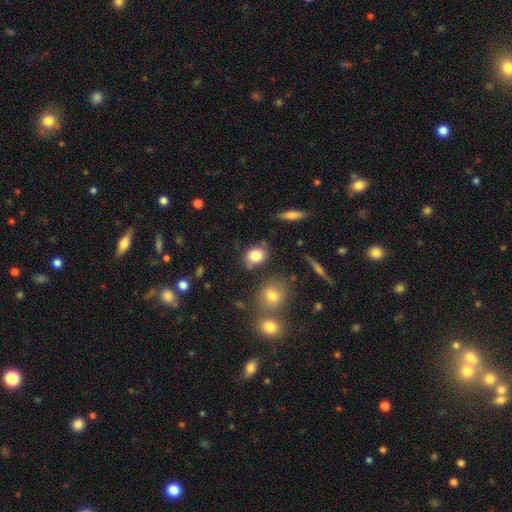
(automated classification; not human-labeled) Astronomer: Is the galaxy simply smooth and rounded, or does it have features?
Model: smooth — 82%.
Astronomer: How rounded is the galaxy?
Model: in between — 53% (runner-up: round, 45%).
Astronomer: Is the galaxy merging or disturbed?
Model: none — 68%.